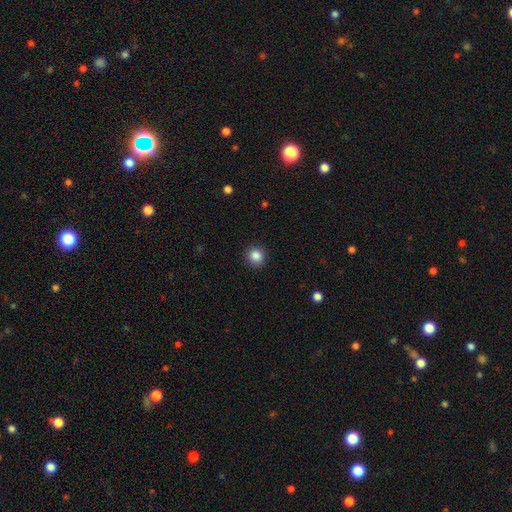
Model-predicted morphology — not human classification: The model was most divided on "smooth or featured": smooth: 86%, star or artifact: 10%, featured or disk: 4%. More confident: how rounded — round (93%); merging — none (91%).